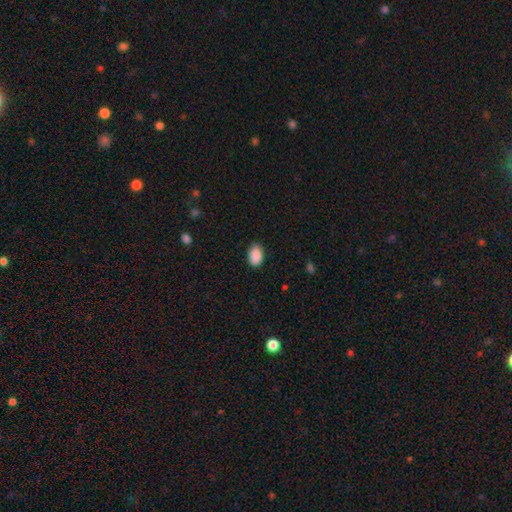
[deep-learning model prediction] This is clearly a smooth galaxy (91%). How rounded: clearly in between (88%). Merging: clearly none (87%).